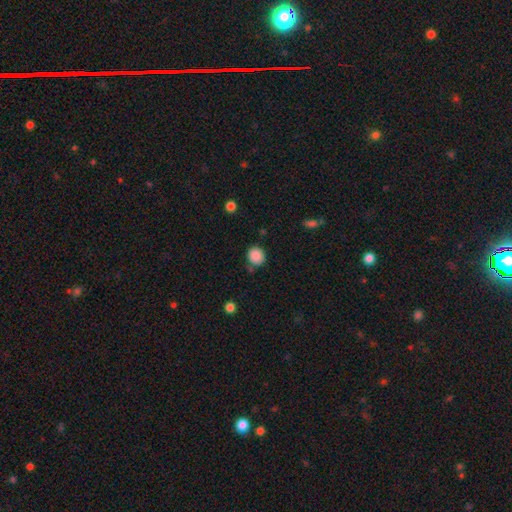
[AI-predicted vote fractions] Smooth or featured?
  - smooth: 88% *
  - star or artifact: 9%
  - featured or disk: 3%
How rounded?
  - round: 82% *
  - in between: 17%
  - cigar-shaped: 1%
Merging?
  - none: 79% *
  - minor disturbance: 13%
  - merger: 5%
  - major disturbance: 3%